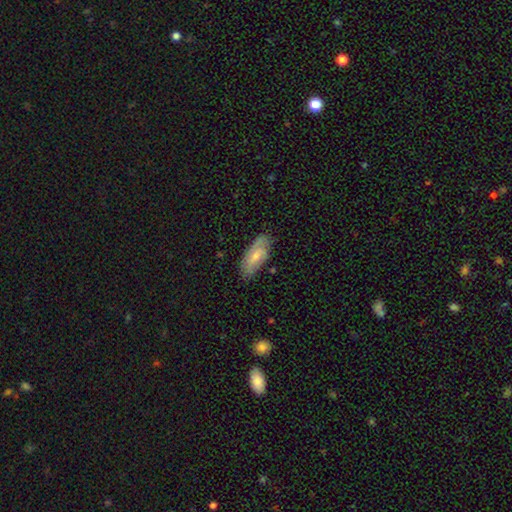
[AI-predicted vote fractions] A smooth galaxy with no disk features (56%) that is in between round and cigar-shaped (83%). Merging: none (72%).